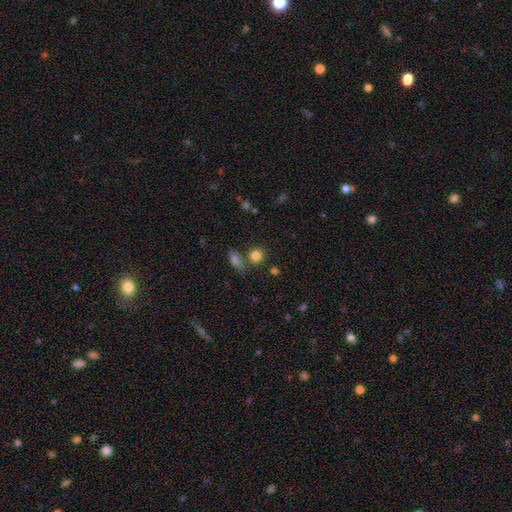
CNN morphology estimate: The model was most divided on "merging": none: 69%, merger: 17%, minor disturbance: 10%, major disturbance: 4%. More confident: how rounded — round (84%); smooth or featured — smooth (82%).